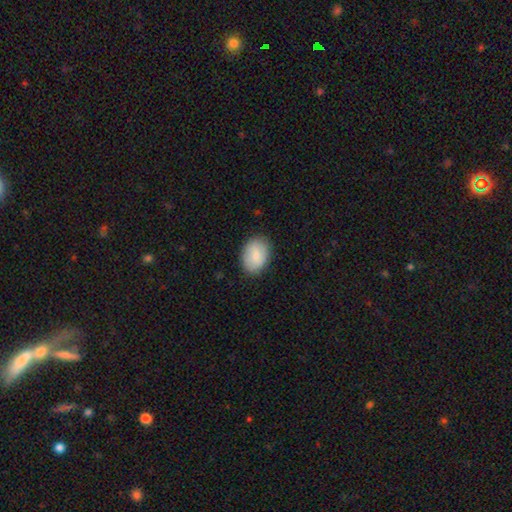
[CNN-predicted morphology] This is likely a smooth galaxy (79%). How rounded: likely in between (78%). Merging: clearly none (85%).